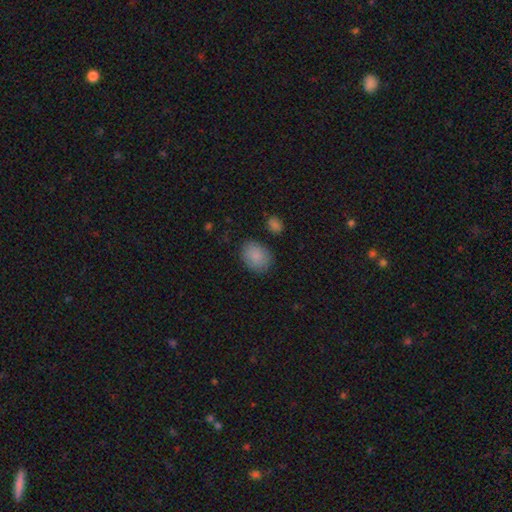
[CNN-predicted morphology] Smooth or featured? Predicted: smooth (p=0.88). How rounded? Predicted: in between (p=0.64). Merging? Predicted: none (p=0.82).